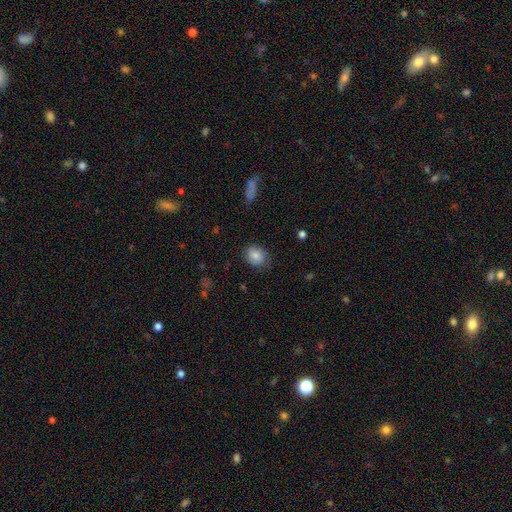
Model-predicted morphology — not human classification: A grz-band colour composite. It shows a smooth galaxy with no disk features (80%) that is round (56%). Merging: none (76%).